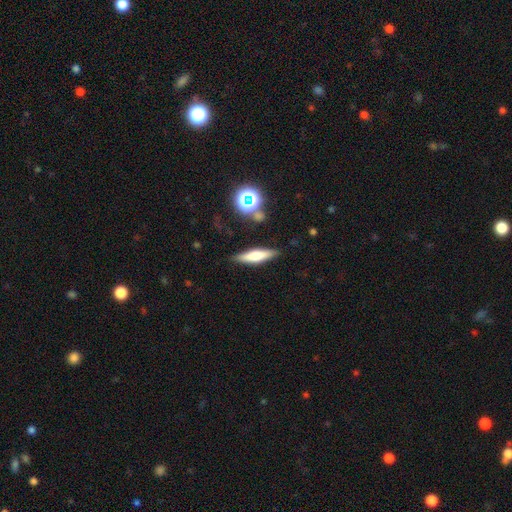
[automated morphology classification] The model was most divided on "smooth or featured": smooth: 52%, featured or disk: 39%, star or artifact: 9%. More confident: merging — none (85%); how rounded — cigar-shaped (74%).